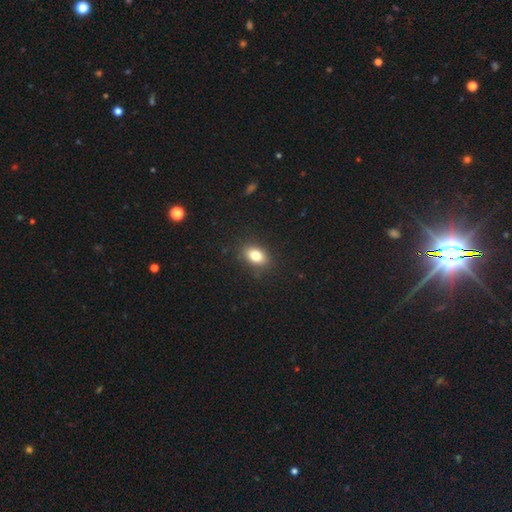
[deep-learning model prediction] A smooth galaxy with no disk features (82%) that is in between round and cigar-shaped (81%). Merging: none (86%).